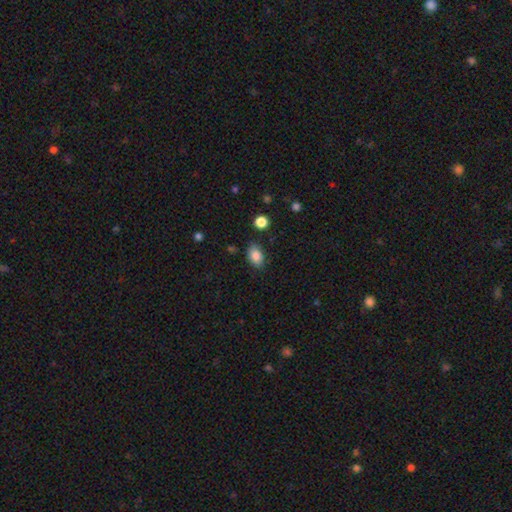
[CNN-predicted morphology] smooth_or_featured: smooth (p=0.87) [alt: star or artifact p=0.08]
how_rounded: in between (p=0.85) [alt: round p=0.14]
merging: none (p=0.81) [alt: minor disturbance p=0.13]